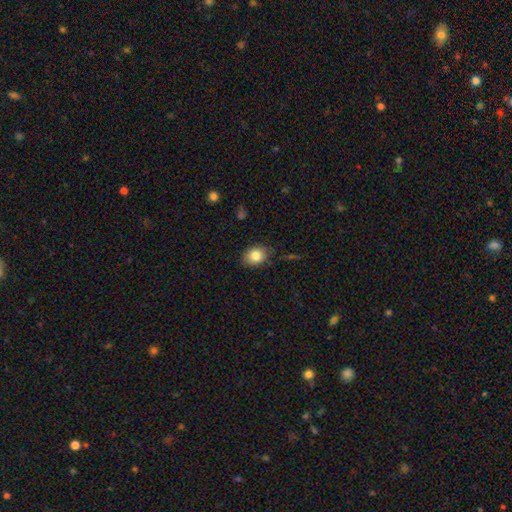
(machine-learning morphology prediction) This is clearly a smooth galaxy (83%). How rounded: possibly in between (57%). Merging: clearly none (82%).